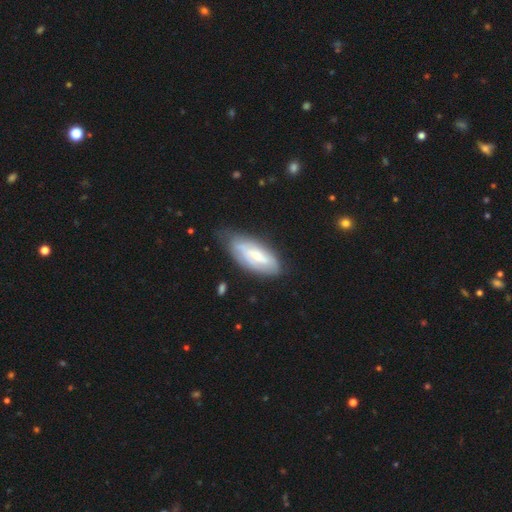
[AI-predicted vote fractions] A featured or disk galaxy (53%). Merging: none (58%).